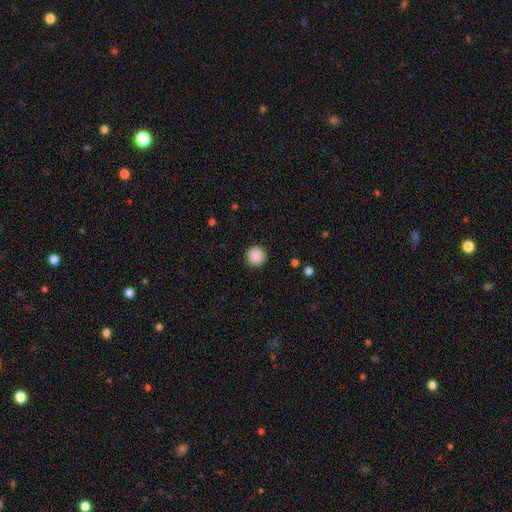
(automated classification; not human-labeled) This is clearly a smooth galaxy (89%). How rounded: clearly round (95%). Merging: clearly none (92%).